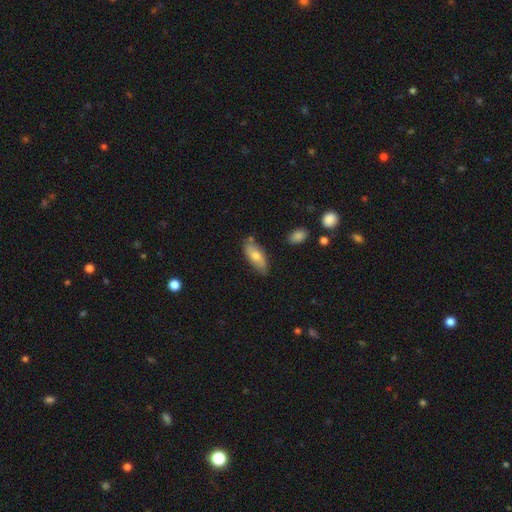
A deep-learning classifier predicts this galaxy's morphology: smooth-or-featured: smooth: 67% | featured or disk: 27% | star or artifact: 6%
  how-rounded: in between: 82% | cigar-shaped: 15% | round: 3%
  merging: none: 74% | minor disturbance: 19% | merger: 4% | major disturbance: 3%